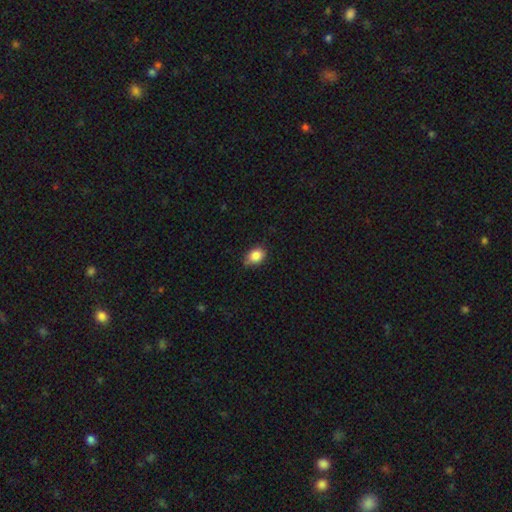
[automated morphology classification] smooth 85%, star or artifact 9%, featured or disk 6%. Down the decision tree: how rounded — in between (60%); merging — none (69%).